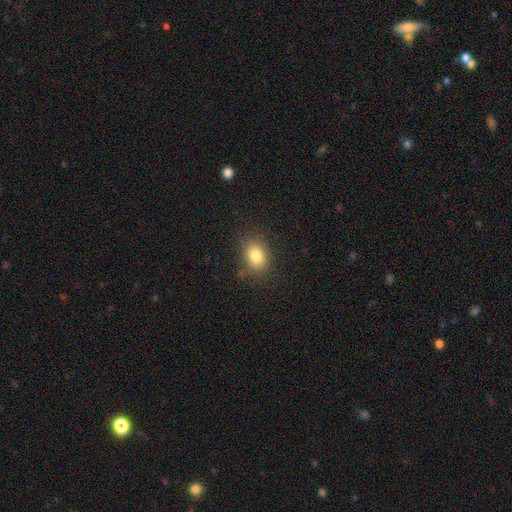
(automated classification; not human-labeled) The model was most divided on "how rounded": in between: 65%, round: 34%, cigar-shaped: 1%. More confident: merging — none (82%); smooth or featured — smooth (80%).